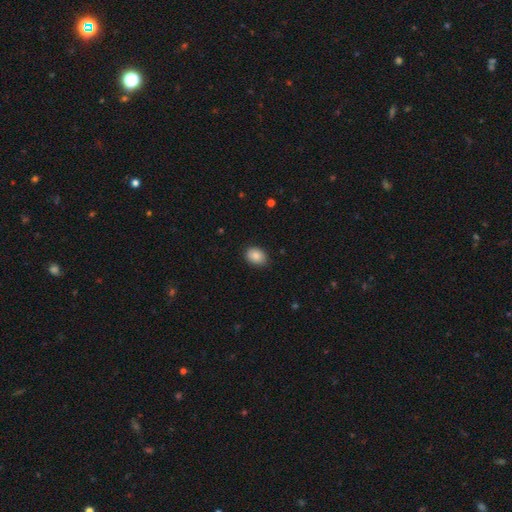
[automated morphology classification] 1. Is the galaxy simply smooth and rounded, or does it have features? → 87% smooth, 8% star or artifact, 5% featured or disk.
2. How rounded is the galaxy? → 70% in between, 29% round, 1% cigar-shaped.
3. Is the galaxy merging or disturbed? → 85% none, 12% minor disturbance, 2% major disturbance, 1% merger.